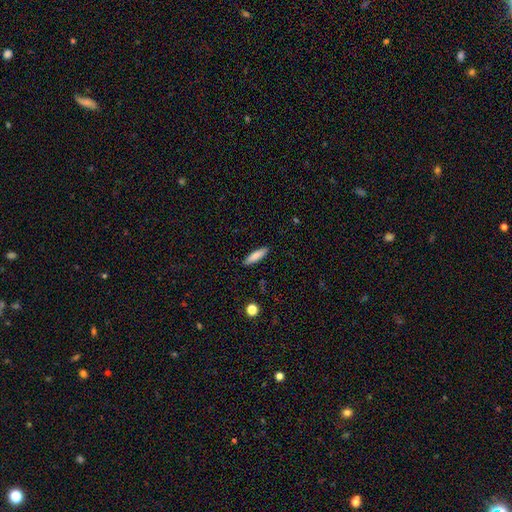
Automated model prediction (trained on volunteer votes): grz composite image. It shows a smooth galaxy with no disk features (82%) that is cigar-shaped (70%). Merging: none (89%).